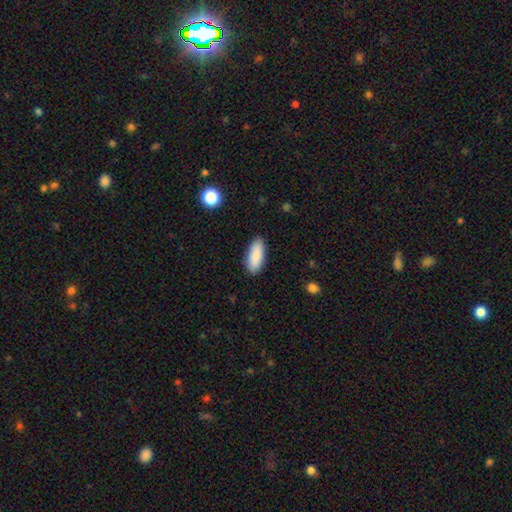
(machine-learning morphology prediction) A smooth galaxy with no disk features (88%) that is in between round and cigar-shaped (81%).

Vote fractions:
- Smooth or featured? smooth: 88% / featured or disk: 6% / star or artifact: 6%
- How rounded? in between: 81% / cigar-shaped: 17% / round: 2%
- Merging? none: 88% / minor disturbance: 9% / major disturbance: 2% / merger: 1%